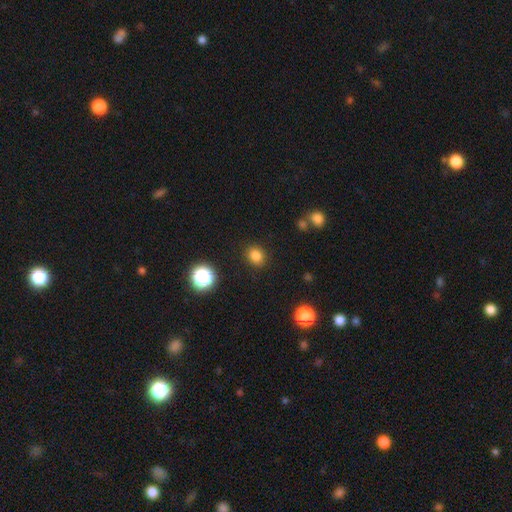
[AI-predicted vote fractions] Q: Smooth or featured?
A: smooth (82%); runner-up: star or artifact (14%)
Q: How rounded?
A: round (71%); runner-up: in between (28%)
Q: Merging?
A: none (88%); runner-up: minor disturbance (7%)